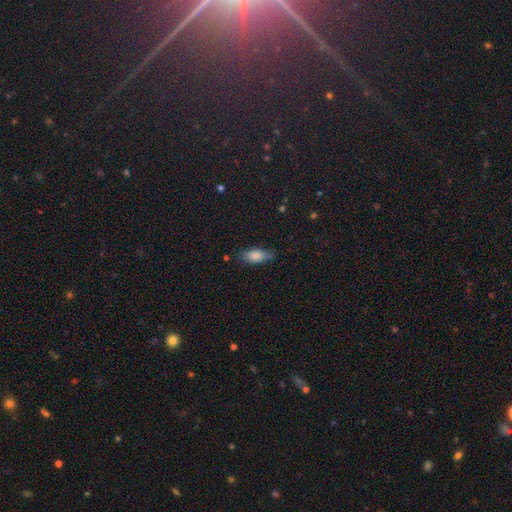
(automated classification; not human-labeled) This is clearly a smooth galaxy (83%). How rounded: clearly in between (84%). Merging: likely none (76%).